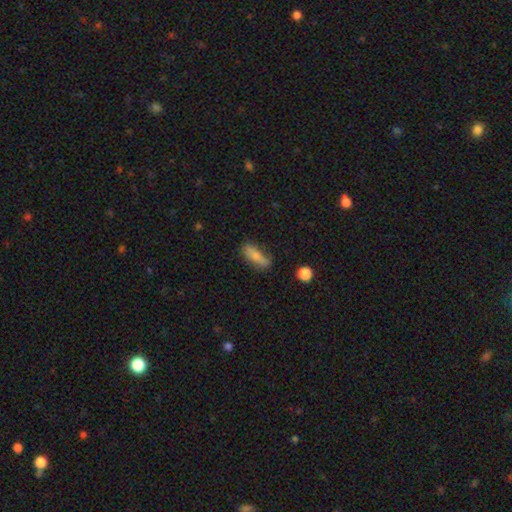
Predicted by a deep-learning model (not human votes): smooth 74%, featured or disk 18%, star or artifact 8%. Down the decision tree: how rounded — in between (58%); merging — none (66%).